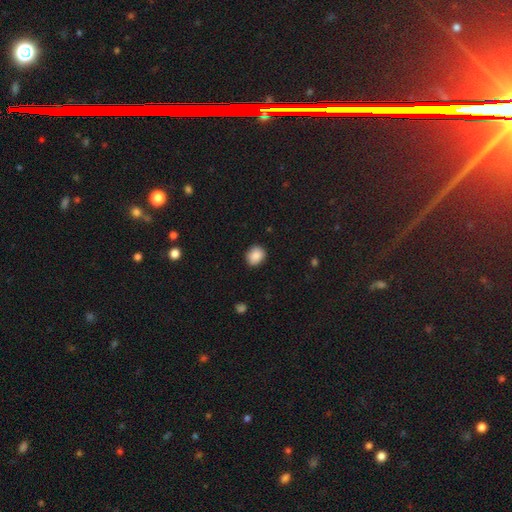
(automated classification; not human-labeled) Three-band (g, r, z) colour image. It shows a smooth galaxy with no disk features (88%) that is round (61%). Merging: none (88%).